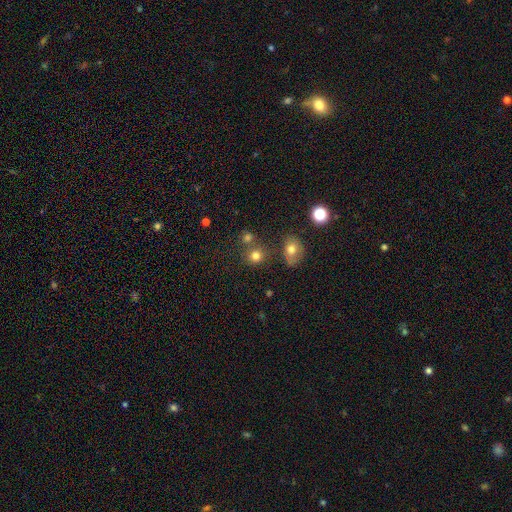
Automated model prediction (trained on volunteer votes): Smooth or featured? Predicted: smooth (p=0.78). How rounded? Predicted: round (p=0.80). Merging? Predicted: none (p=0.66).